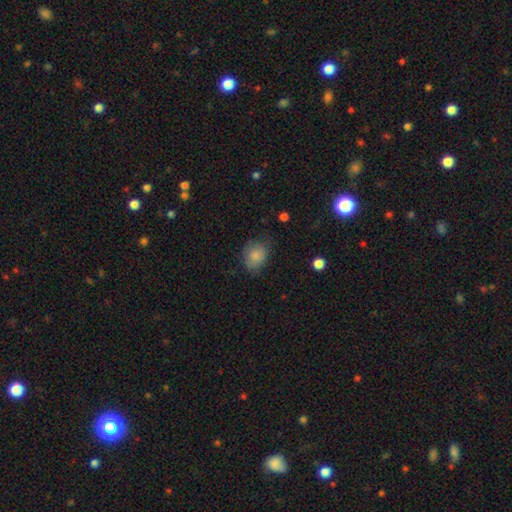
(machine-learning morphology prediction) type=smooth (83%); roundness=round (56%); merging=none (63%).